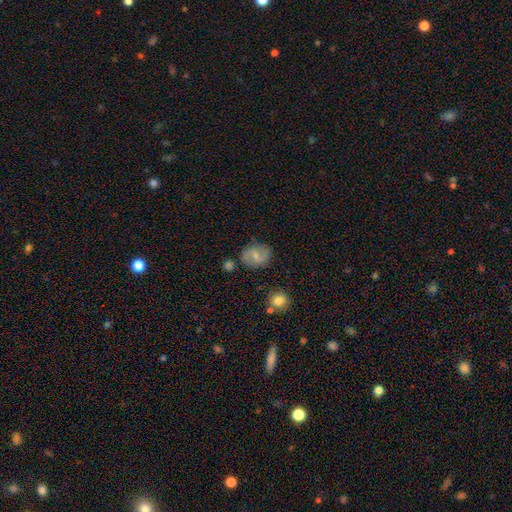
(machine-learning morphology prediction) smooth 54%, featured or disk 37%, star or artifact 8%. Down the decision tree: how rounded — in between (51%); merging — none (77%).